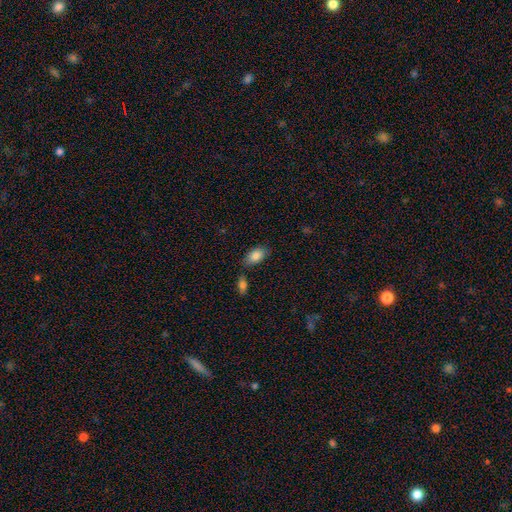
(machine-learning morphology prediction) A smooth galaxy with no disk features (85%) that is in between round and cigar-shaped (93%). Merging: none (73%).